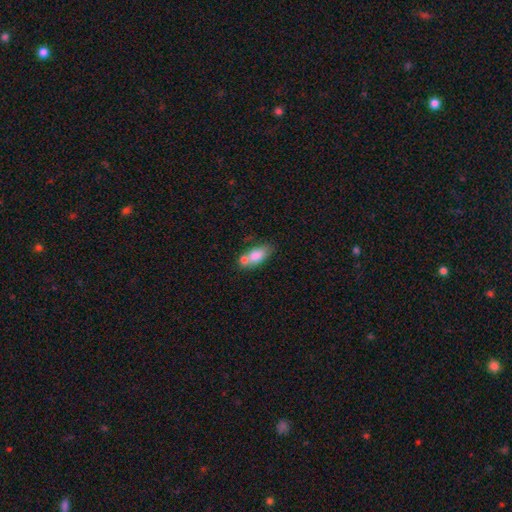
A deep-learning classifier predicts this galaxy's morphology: A smooth galaxy with no disk features (78%) that is in between round and cigar-shaped (84%).

Vote fractions:
- Smooth or featured? smooth: 78% / featured or disk: 15% / star or artifact: 8%
- How rounded? in between: 84% / cigar-shaped: 10% / round: 6%
- Merging? none: 44% / merger: 35% / minor disturbance: 15% / major disturbance: 5%